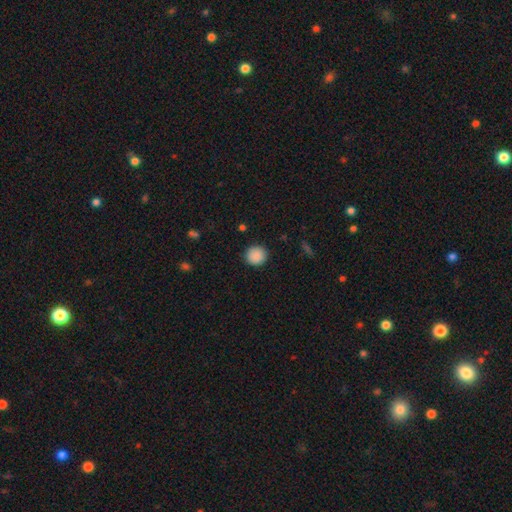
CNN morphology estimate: A smooth galaxy with no disk features (89%) that is round (92%). Merging: none (91%).